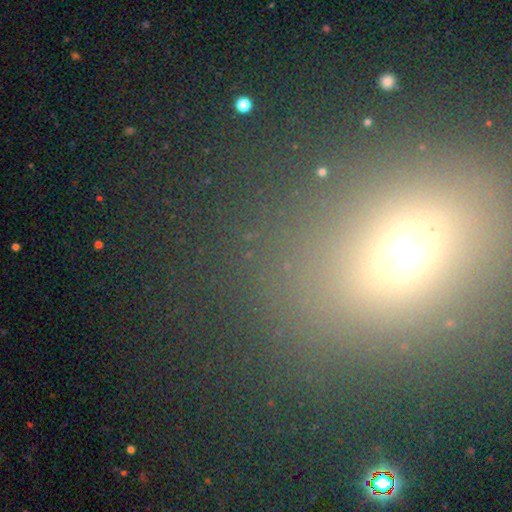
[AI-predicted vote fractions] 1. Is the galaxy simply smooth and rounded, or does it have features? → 46% smooth, 42% star or artifact, 12% featured or disk.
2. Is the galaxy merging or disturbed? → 82% none, 8% minor disturbance, 6% major disturbance, 4% merger.